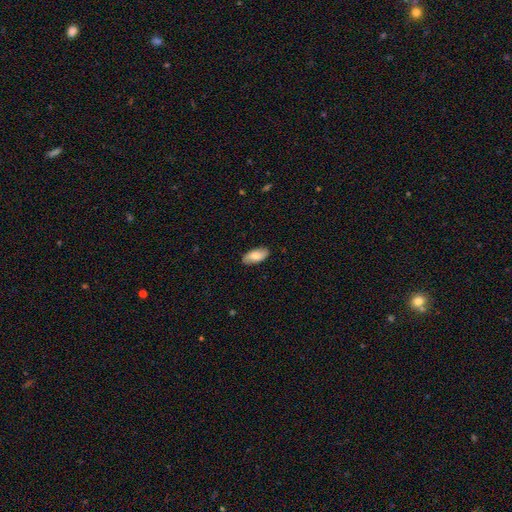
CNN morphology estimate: This appears to be a smooth galaxy with no disk features (72%) that is in between round and cigar-shaped (90%). Merging: none (85%).